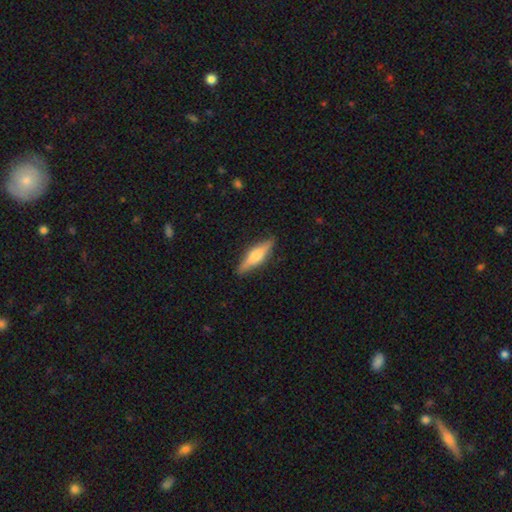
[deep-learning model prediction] The model was most divided on "smooth or featured": smooth: 49%, featured or disk: 45%, star or artifact: 6%. More confident: merging — none (87%).